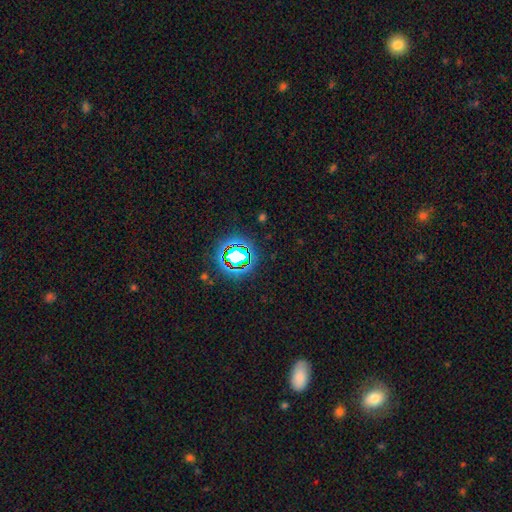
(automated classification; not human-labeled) smooth_or_featured: star or artifact (p=0.73) [alt: smooth p=0.19]